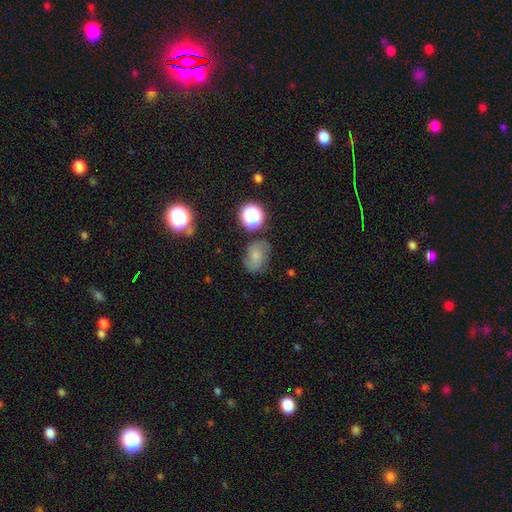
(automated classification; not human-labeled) This appears to be a smooth galaxy with no disk features (55%) that is in between round and cigar-shaped (56%). Merging: none (61%).